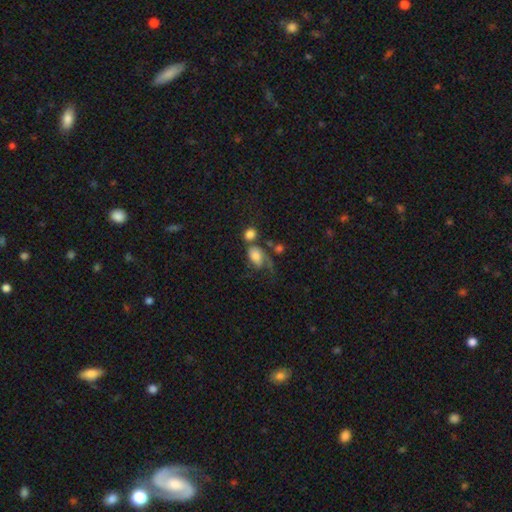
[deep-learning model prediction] This is likely a smooth galaxy (62%). How rounded: likely in between (78%). Merging: marginally major disturbance (29%, tied with merger).